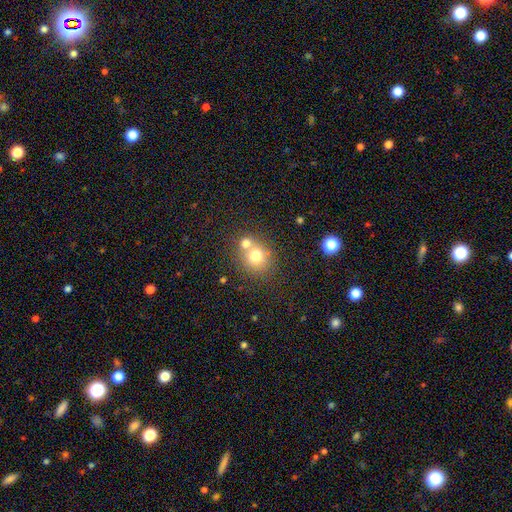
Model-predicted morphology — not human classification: smooth 73%, featured or disk 15%, star or artifact 13%. Down the decision tree: how rounded — round (80%); merging — none (48%).